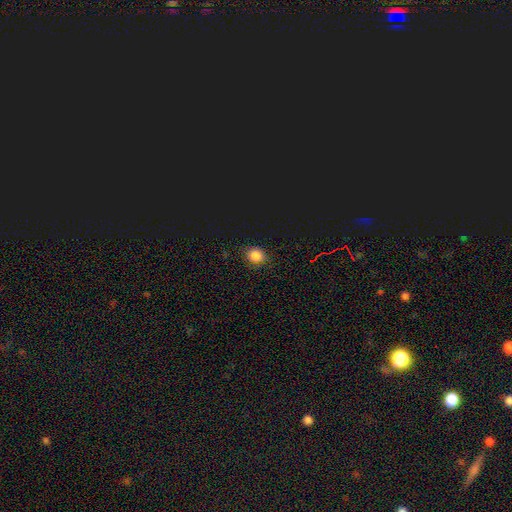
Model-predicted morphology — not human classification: A smooth galaxy with no disk features (78%) that is round (71%).

Vote fractions:
- Smooth or featured? smooth: 78% / star or artifact: 17% / featured or disk: 5%
- How rounded? round: 71% / in between: 28% / cigar-shaped: 1%
- Merging? none: 81% / minor disturbance: 14% / major disturbance: 4% / merger: 1%